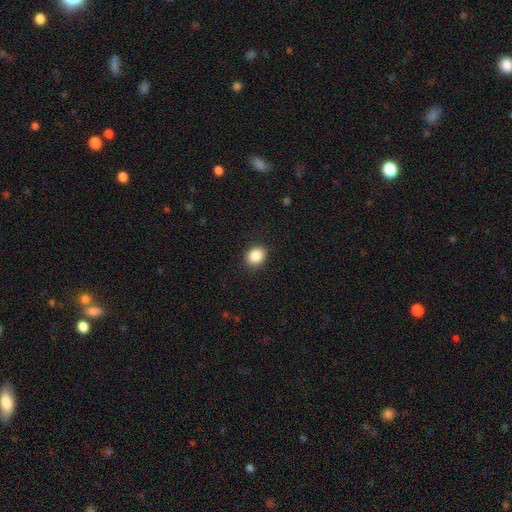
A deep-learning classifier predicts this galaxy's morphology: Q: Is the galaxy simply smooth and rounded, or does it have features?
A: smooth — 87%.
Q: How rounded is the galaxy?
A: round — 61%.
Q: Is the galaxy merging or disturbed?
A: none — 90%.